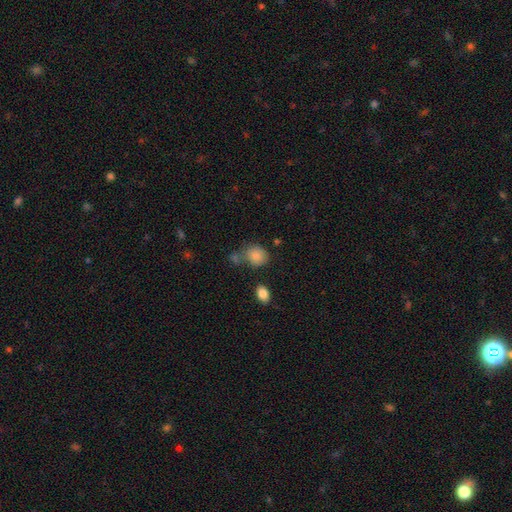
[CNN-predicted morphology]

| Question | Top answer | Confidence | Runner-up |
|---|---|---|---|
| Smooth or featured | smooth | 84% | star or artifact (10%) |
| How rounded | round | 64% | in between (34%) |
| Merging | none | 59% | merger (18%) |